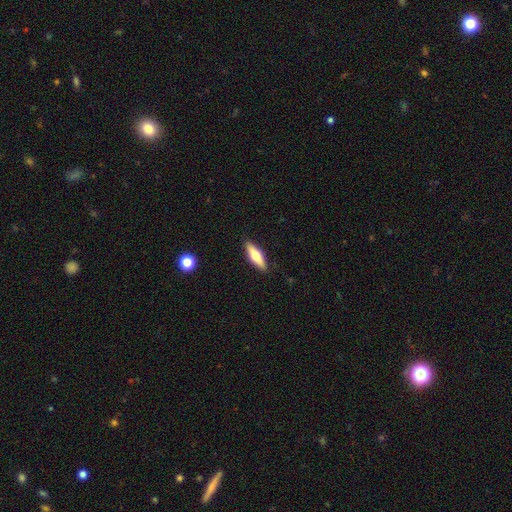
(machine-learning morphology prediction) Overall: smooth (52%; featured or disk 42%). How rounded: cigar-shaped (58%; in between 40%). Merging: none (90%).